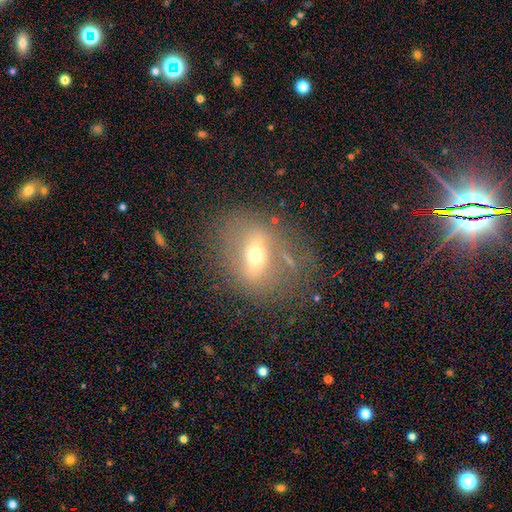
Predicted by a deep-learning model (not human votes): The model was most divided on "smooth or featured": featured or disk: 54%, smooth: 33%, star or artifact: 13%. More confident: edge-on disk — no (75%); merging — none (67%).